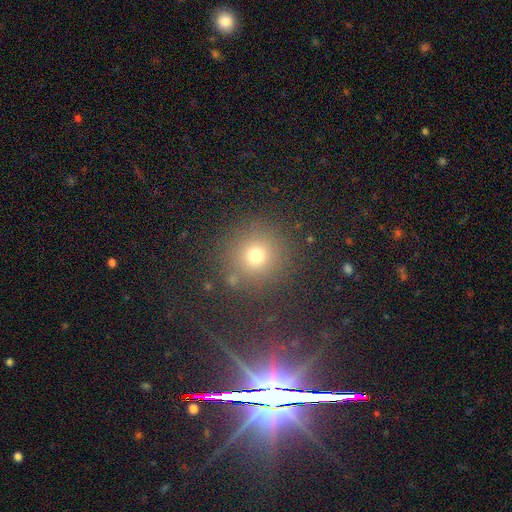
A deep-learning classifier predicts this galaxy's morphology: smooth-or-featured: smooth: 70% | star or artifact: 22% | featured or disk: 8%
  how-rounded: round: 93% | in between: 6% | cigar-shaped: 1%
  merging: none: 84% | minor disturbance: 8% | merger: 4% | major disturbance: 4%